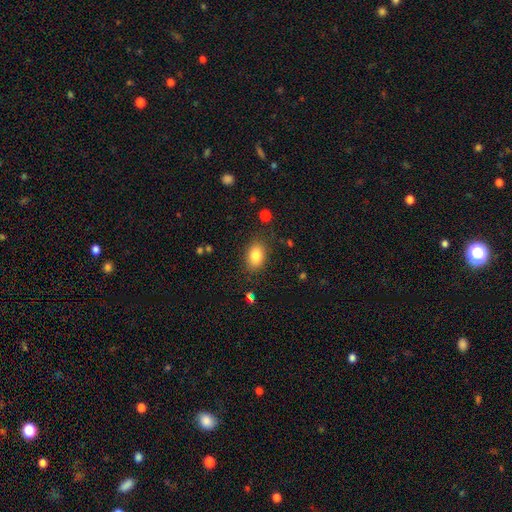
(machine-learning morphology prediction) Overall: smooth (83%). How rounded: in between (82%). Merging: none (85%).